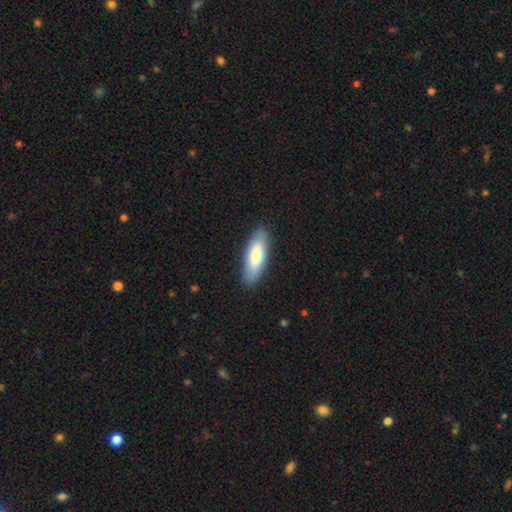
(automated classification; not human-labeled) This appears to be a smooth galaxy with no disk features (71%) that is in between round and cigar-shaped (58%). Merging: none (88%).